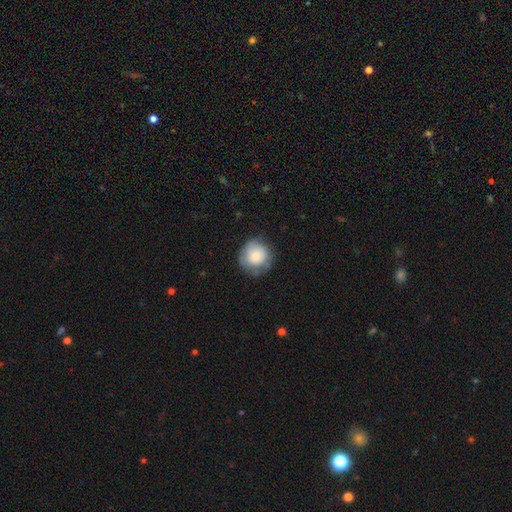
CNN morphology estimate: A smooth galaxy with no disk features (74%) that is round (91%). Merging: none (67%).